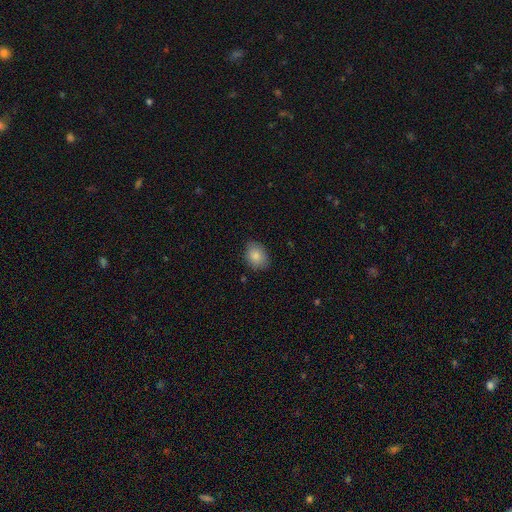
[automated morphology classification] This is clearly a smooth galaxy (85%). How rounded: likely in between (67%). Merging: clearly none (82%).